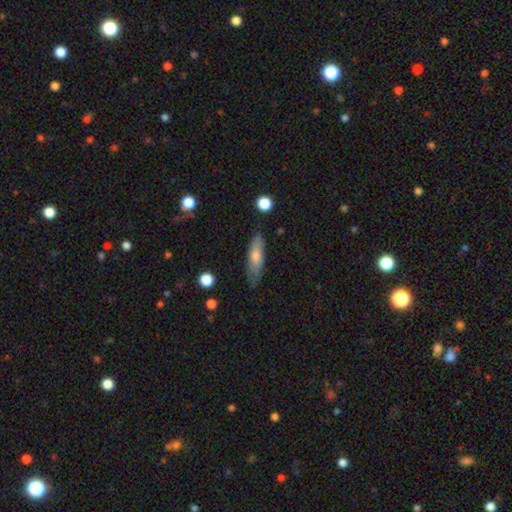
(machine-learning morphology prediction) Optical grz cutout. It shows a smooth galaxy with no disk features (65%) that is cigar-shaped (57%). Merging: none (78%).